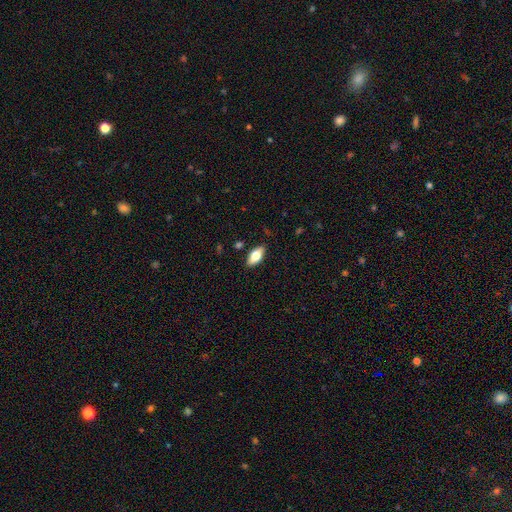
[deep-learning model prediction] Smooth or featured: smooth — 74% (featured or disk — 19%)
How rounded: in between — 88% (cigar-shaped — 9%)
Merging: none — 87% (minor disturbance — 10%)